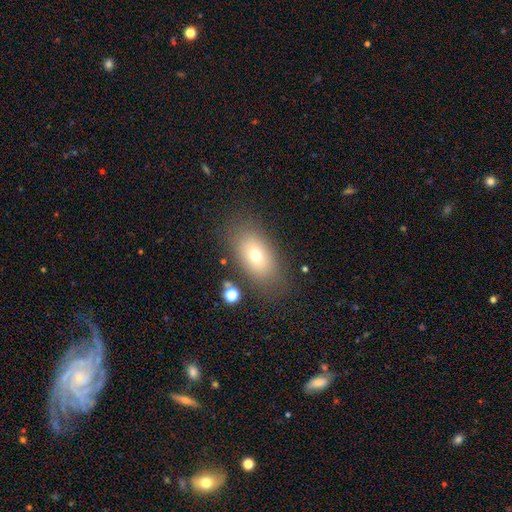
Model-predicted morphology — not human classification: Smooth or featured? smooth (68%)
How rounded? in between (85%)
Merging? none (80%)